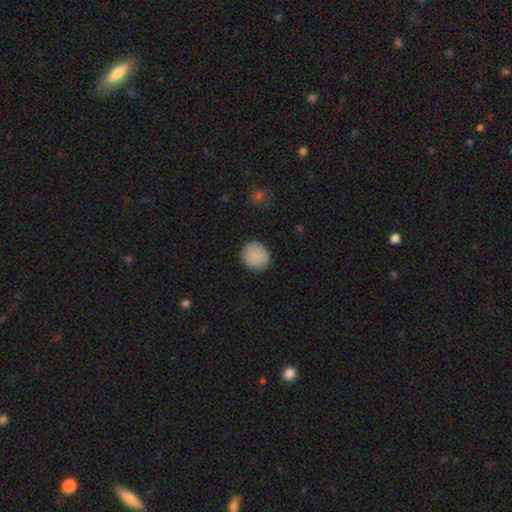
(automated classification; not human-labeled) Morphology: type=smooth (88%); roundness=round (88%); merging=none (87%).